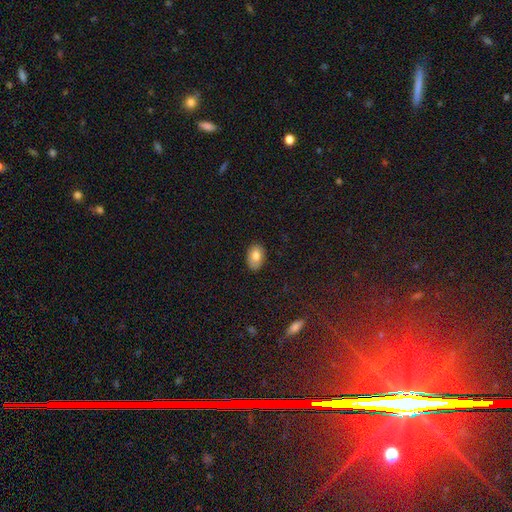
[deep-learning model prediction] smooth_or_featured: smooth (p=0.80) [alt: featured or disk p=0.12]
how_rounded: in between (p=0.86) [alt: round p=0.13]
merging: none (p=0.81) [alt: minor disturbance p=0.15]